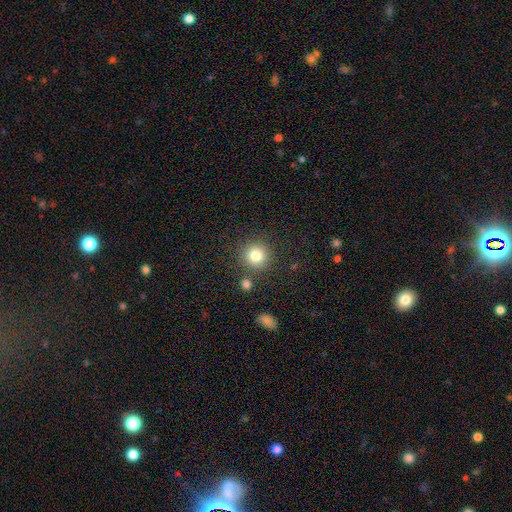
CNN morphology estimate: smooth-or-featured: smooth: 81% | star or artifact: 12% | featured or disk: 8%
  how-rounded: round: 94% | in between: 5% | cigar-shaped: 1%
  merging: none: 84% | minor disturbance: 8% | merger: 6% | major disturbance: 3%